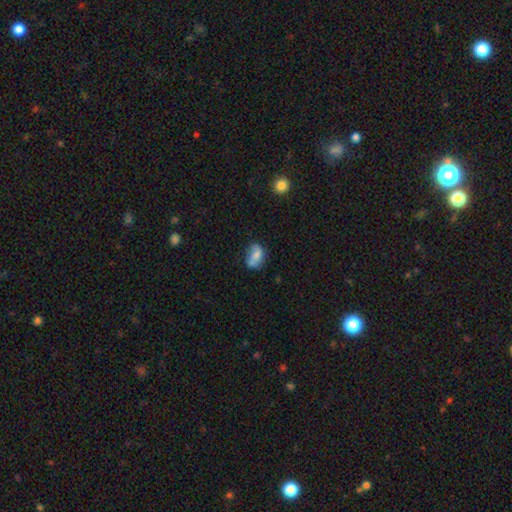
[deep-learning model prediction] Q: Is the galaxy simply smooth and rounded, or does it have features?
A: smooth — 69%.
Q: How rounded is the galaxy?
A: in between — 85%.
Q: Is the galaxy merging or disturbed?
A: none — 41%.